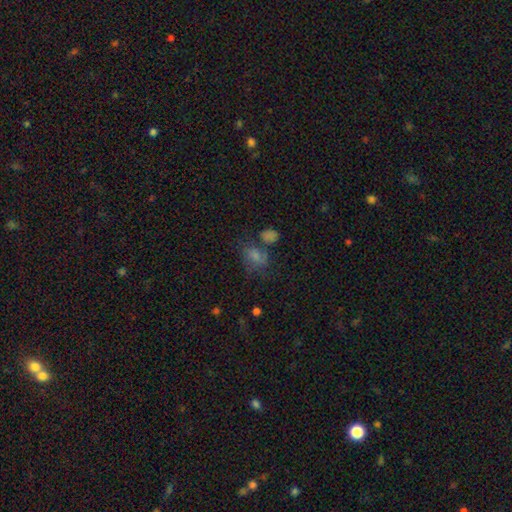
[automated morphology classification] This is possibly a smooth galaxy (56%). How rounded: likely in between (65%). Merging: possibly none (48%).